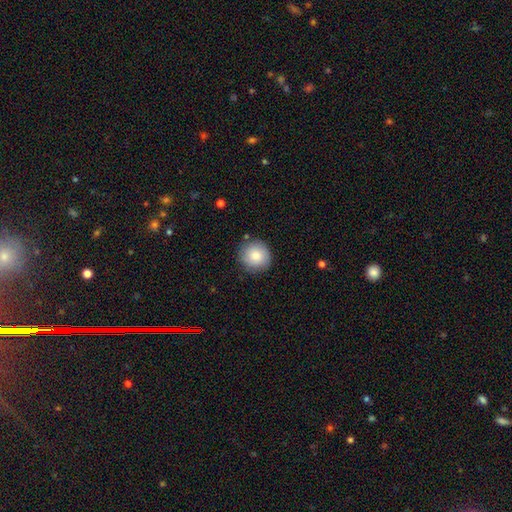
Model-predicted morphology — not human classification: Smooth or featured? Predicted: smooth (p=0.81). How rounded? Predicted: round (p=0.92). Merging? Predicted: none (p=0.84).